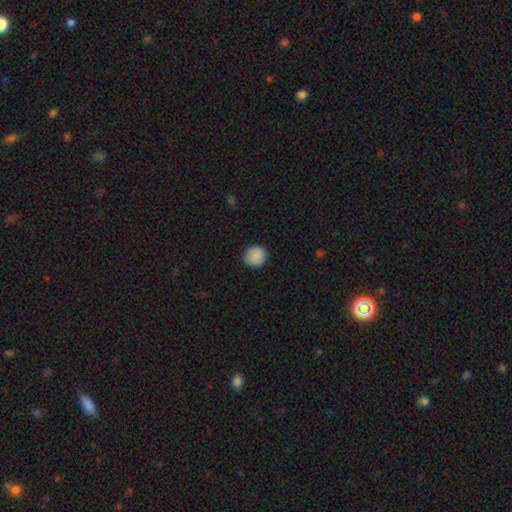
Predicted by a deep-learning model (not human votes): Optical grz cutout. It shows a smooth galaxy with no disk features (88%) that is round (93%). Merging: none (89%).